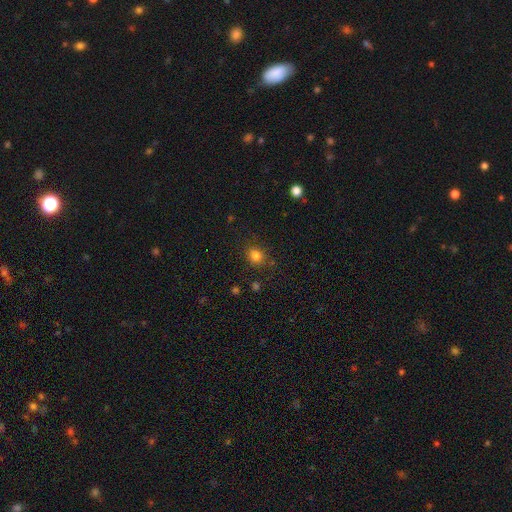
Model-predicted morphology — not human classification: smooth_or_featured: smooth (p=0.80) [alt: star or artifact p=0.14]
how_rounded: round (p=0.69) [alt: in between p=0.30]
merging: none (p=0.80) [alt: minor disturbance p=0.13]